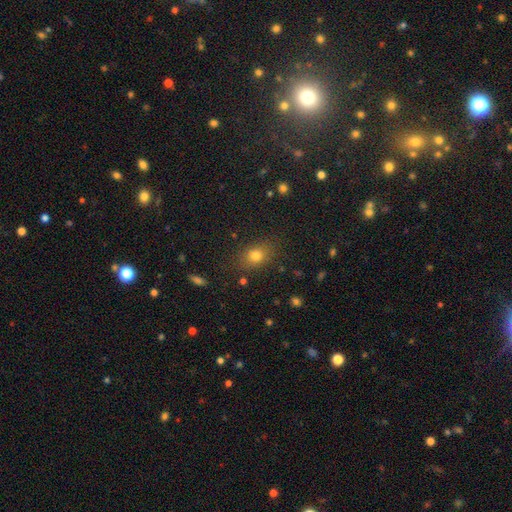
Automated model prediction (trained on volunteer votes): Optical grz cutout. It shows a smooth galaxy with no disk features (76%) that is in between round and cigar-shaped (58%). Merging: none (80%).